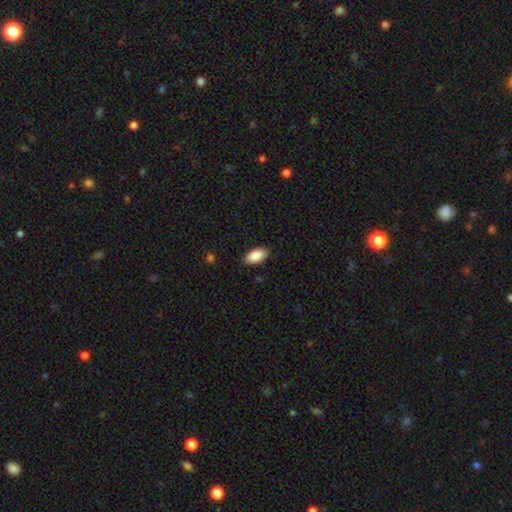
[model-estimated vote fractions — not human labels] smooth-or-featured: smooth: 89% | star or artifact: 6% | featured or disk: 5%
  how-rounded: in between: 94% | cigar-shaped: 4% | round: 2%
  merging: none: 88% | minor disturbance: 9% | major disturbance: 2% | merger: 1%